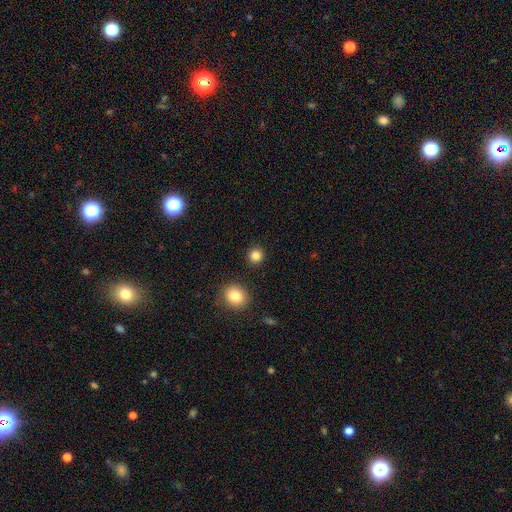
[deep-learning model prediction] This is clearly a smooth galaxy (83%). How rounded: clearly round (92%). Merging: clearly none (91%).